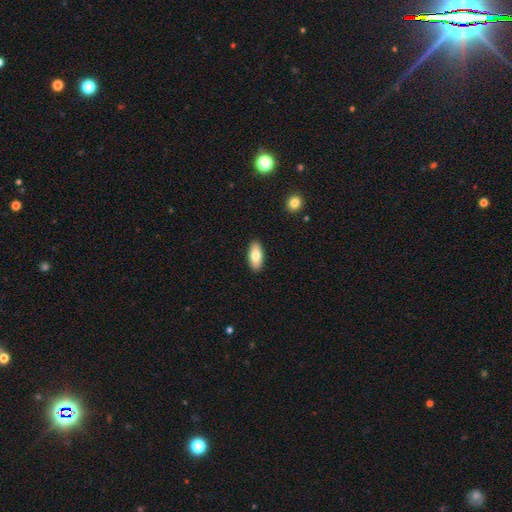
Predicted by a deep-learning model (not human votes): The model was most divided on "smooth or featured": smooth: 79%, featured or disk: 15%, star or artifact: 6%. More confident: merging — none (90%); how rounded — in between (88%).